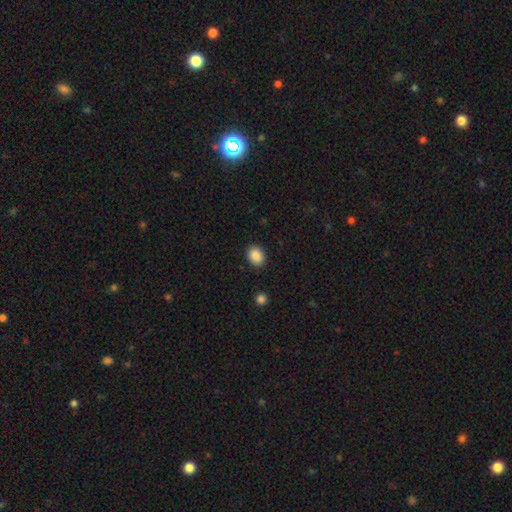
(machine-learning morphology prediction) smooth_or_featured: smooth (p=0.88) [alt: star or artifact p=0.08]
how_rounded: in between (p=0.58) [alt: round p=0.41]
merging: none (p=0.89) [alt: minor disturbance p=0.07]